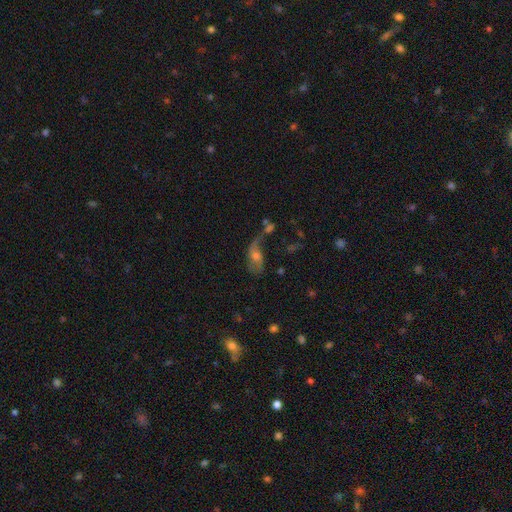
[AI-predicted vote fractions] A featured or disk galaxy (61%) with no bar (65%), spiral arms (75%) and a moderate central bulge (50%). Merging: major disturbance (31%).